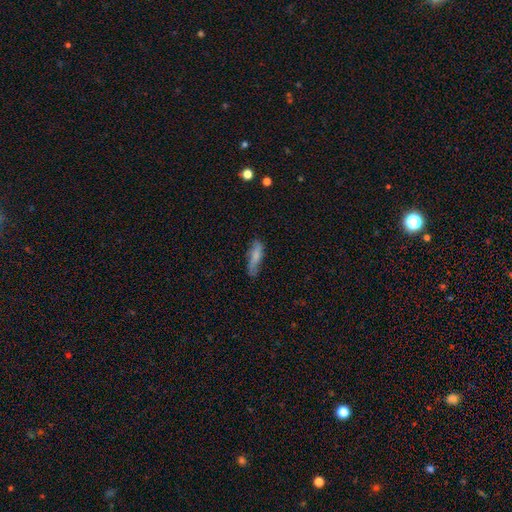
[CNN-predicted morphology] Smooth or featured? smooth (73%)
How rounded? in between (50%)
Merging? none (61%)